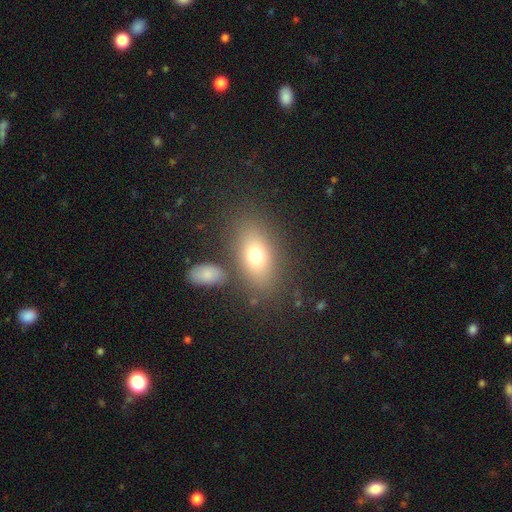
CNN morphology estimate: A smooth galaxy with no disk features (72%) that is in between round and cigar-shaped (84%). Merging: none (75%).